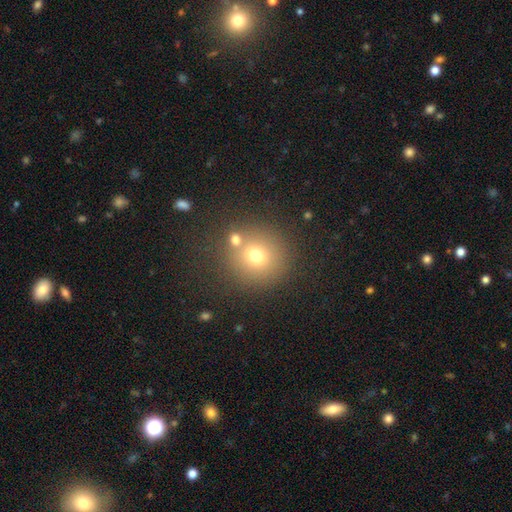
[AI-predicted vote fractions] smooth_or_featured: smooth (p=0.69) [alt: star or artifact p=0.19]
how_rounded: round (p=0.92) [alt: in between p=0.07]
merging: none (p=0.76) [alt: merger p=0.12]